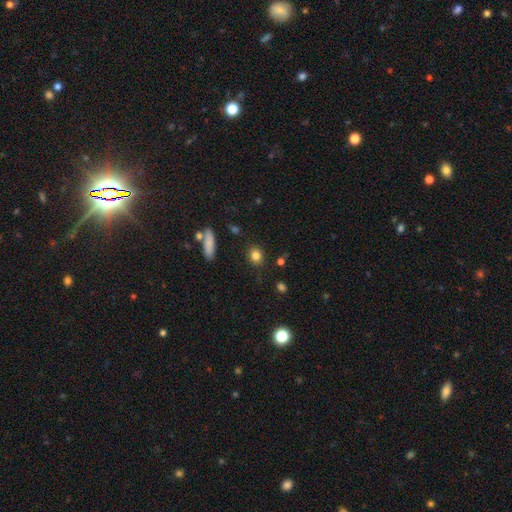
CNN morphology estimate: type=smooth (83%); roundness=round (74%); merging=none (83%).